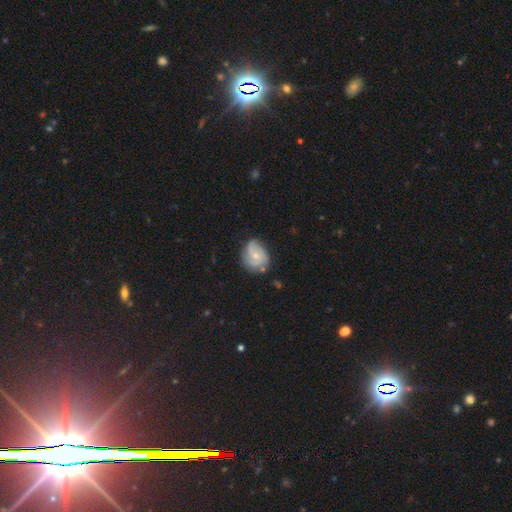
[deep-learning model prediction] smooth-or-featured: featured or disk: 68% | smooth: 26% | star or artifact: 6%
  disk-edge-on: no: 98% | yes: 2%
    bar: no: 64% | weak: 32% | strong: 5%
    has-spiral-arms: yes: 90% | no: 10%
      spiral-winding: medium: 43% | tight: 37% | loose: 19%
      spiral-arm-count: 2: 45% | 3: 25% | can't tell: 19% | 1: 5% | 4: 3% | more than 4: 3%
    bulge-size: small: 58% | moderate: 35% | none: 4% | large: 1% | dominant: 1%
  merging: none: 59% | minor disturbance: 28% | major disturbance: 10% | merger: 3%